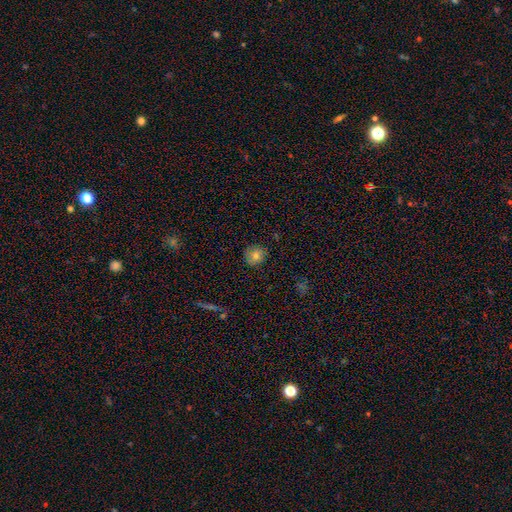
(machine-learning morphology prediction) smooth-or-featured: smooth: 78% | featured or disk: 11% | star or artifact: 11%
  how-rounded: round: 86% | in between: 13% | cigar-shaped: 1%
  merging: none: 84% | minor disturbance: 13% | major disturbance: 2% | merger: 1%